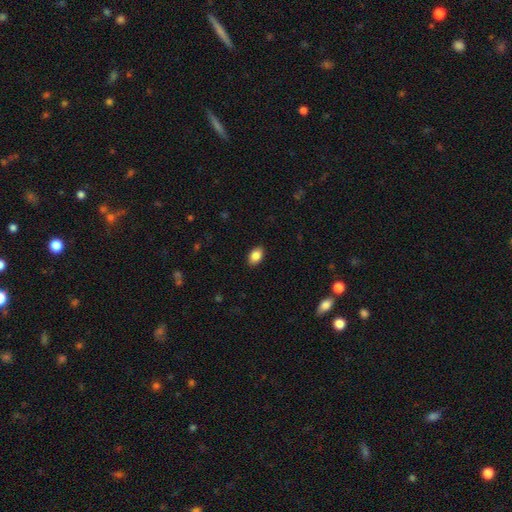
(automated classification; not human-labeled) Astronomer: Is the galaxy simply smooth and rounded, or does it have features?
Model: smooth — 86%.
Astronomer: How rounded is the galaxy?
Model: in between — 88%.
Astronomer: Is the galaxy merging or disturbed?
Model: none — 89%.